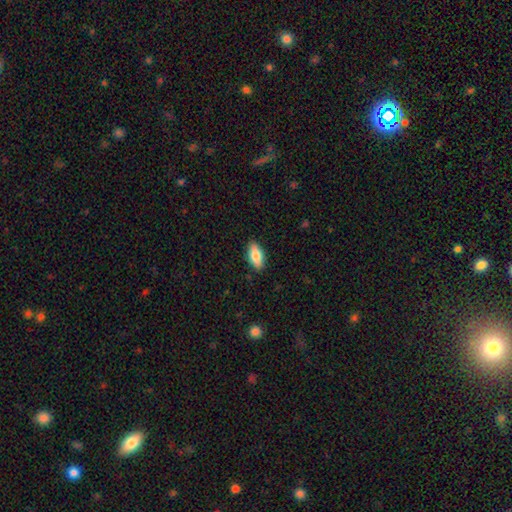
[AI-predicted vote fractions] Smooth or featured?
  - smooth: 79% *
  - featured or disk: 15%
  - star or artifact: 6%
How rounded?
  - in between: 84% *
  - cigar-shaped: 13%
  - round: 3%
Merging?
  - none: 88% *
  - minor disturbance: 9%
  - major disturbance: 2%
  - merger: 1%